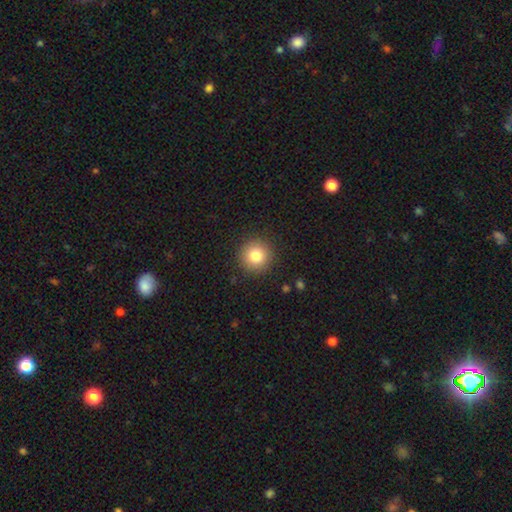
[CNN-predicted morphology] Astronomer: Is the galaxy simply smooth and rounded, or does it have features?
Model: smooth — 81%.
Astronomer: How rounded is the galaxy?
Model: round — 94%.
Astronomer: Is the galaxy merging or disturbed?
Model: none — 90%.